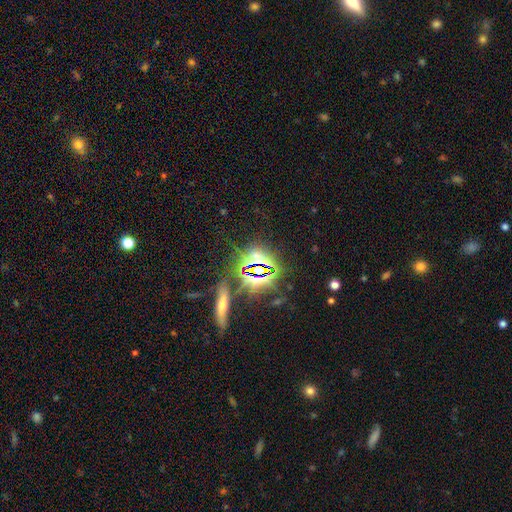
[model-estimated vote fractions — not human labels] The model was most divided on "smooth or featured": star or artifact: 77%, smooth: 12%, featured or disk: 10%.